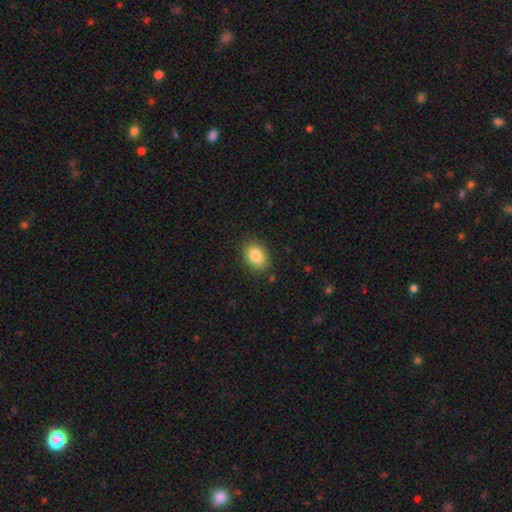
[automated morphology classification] The model was most divided on "how rounded": in between: 70%, round: 29%, cigar-shaped: 1%. More confident: merging — none (86%); smooth or featured — smooth (84%).